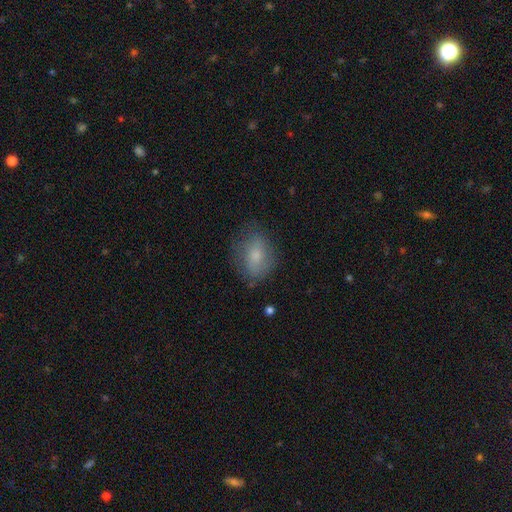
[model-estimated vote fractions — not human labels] Smooth or featured? smooth (74%)
How rounded? in between (67%)
Merging? none (68%)